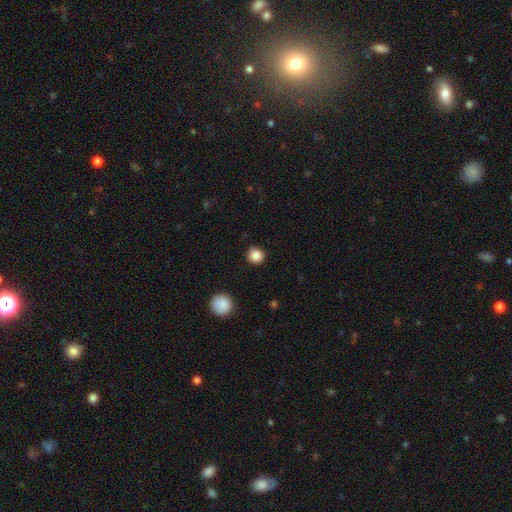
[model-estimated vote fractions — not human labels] Smooth or featured? smooth (85%)
How rounded? round (93%)
Merging? none (87%)